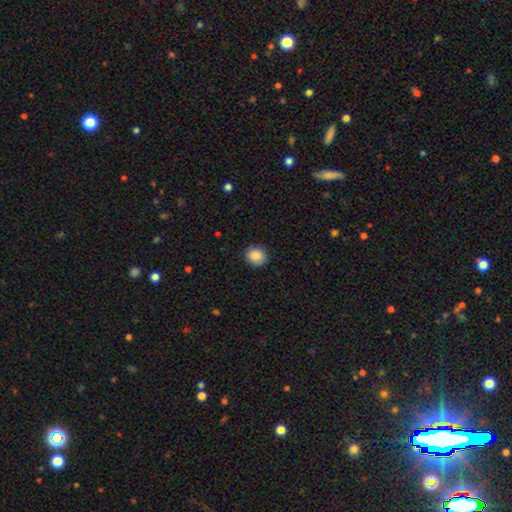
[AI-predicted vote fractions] Smooth or featured: smooth — 88% (star or artifact — 9%)
How rounded: round — 81% (in between — 18%)
Merging: none — 88% (minor disturbance — 8%)